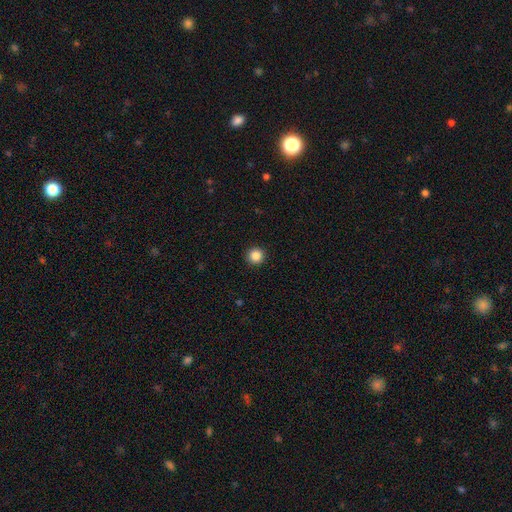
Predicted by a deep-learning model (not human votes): A smooth galaxy with no disk features (87%) that is round (96%). Merging: none (93%).